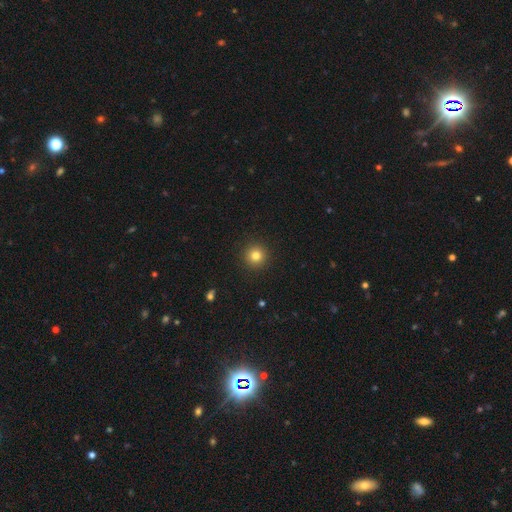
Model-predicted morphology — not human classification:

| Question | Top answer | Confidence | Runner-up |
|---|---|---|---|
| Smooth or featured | smooth | 81% | star or artifact (13%) |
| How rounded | round | 95% | in between (4%) |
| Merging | none | 93% | minor disturbance (5%) |